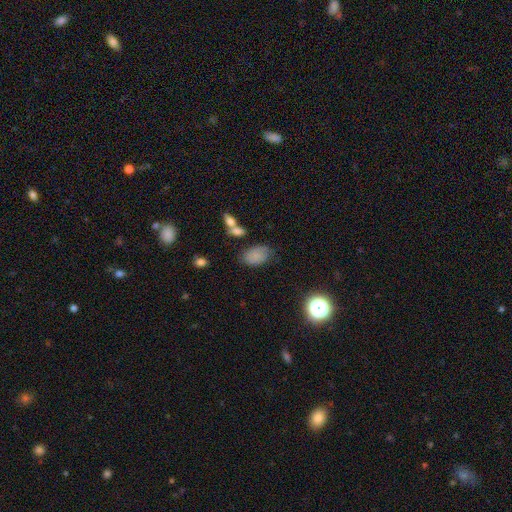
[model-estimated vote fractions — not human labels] The model was most divided on "merging": none: 63%, minor disturbance: 22%, major disturbance: 8%, merger: 7%. More confident: how rounded — in between (89%); smooth or featured — smooth (78%).